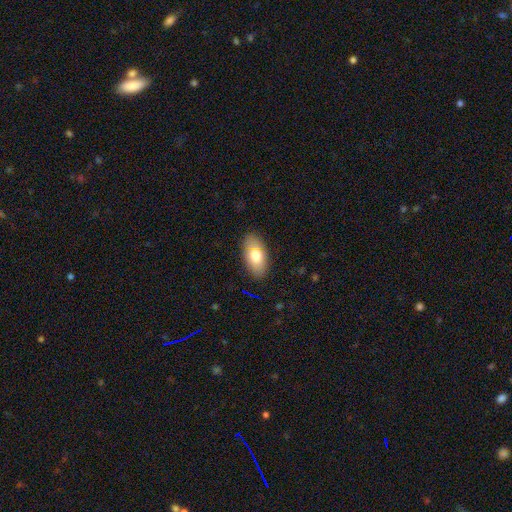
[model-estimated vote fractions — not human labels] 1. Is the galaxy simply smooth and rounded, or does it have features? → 73% smooth, 20% featured or disk, 7% star or artifact.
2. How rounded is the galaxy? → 92% in between, 5% round, 4% cigar-shaped.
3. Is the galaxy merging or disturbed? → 84% none, 12% minor disturbance, 3% major disturbance, 1% merger.